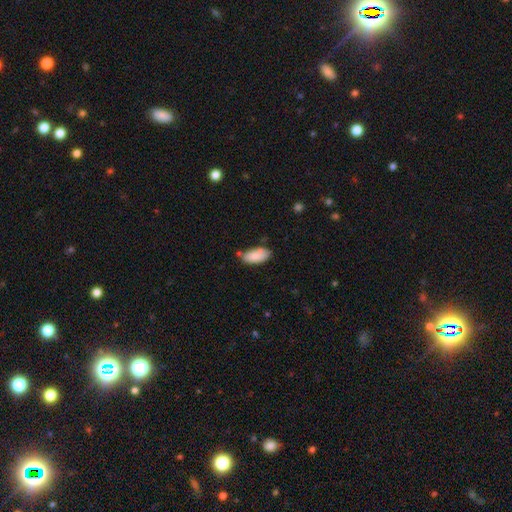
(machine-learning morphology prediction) Smooth or featured?
  - smooth: 84% *
  - featured or disk: 9%
  - star or artifact: 6%
How rounded?
  - in between: 90% *
  - cigar-shaped: 8%
  - round: 2%
Merging?
  - none: 63% *
  - minor disturbance: 25%
  - merger: 8%
  - major disturbance: 5%